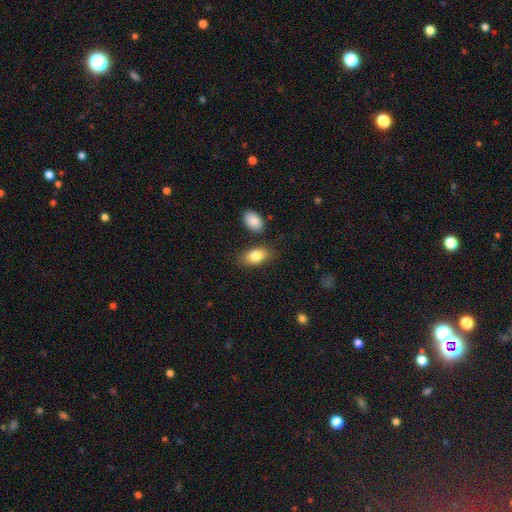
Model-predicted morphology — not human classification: type=smooth (83%); roundness=in between (90%); merging=none (78%).